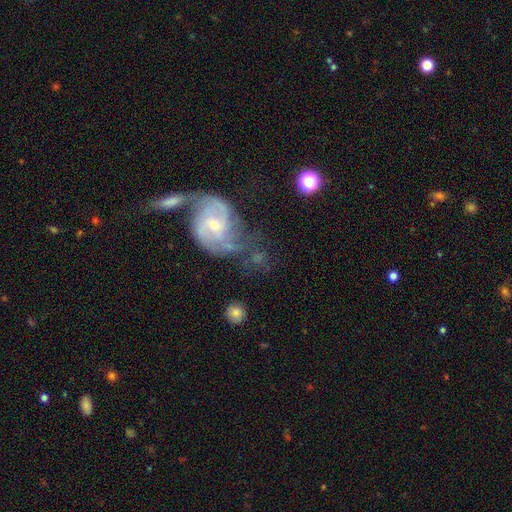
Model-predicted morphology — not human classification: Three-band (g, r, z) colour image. It shows a featured or disk galaxy (77%) with no bar (50%), 2 (68%) medium (45%) spiral arms (91%) and a small central bulge (54%). Merging: none (40%).